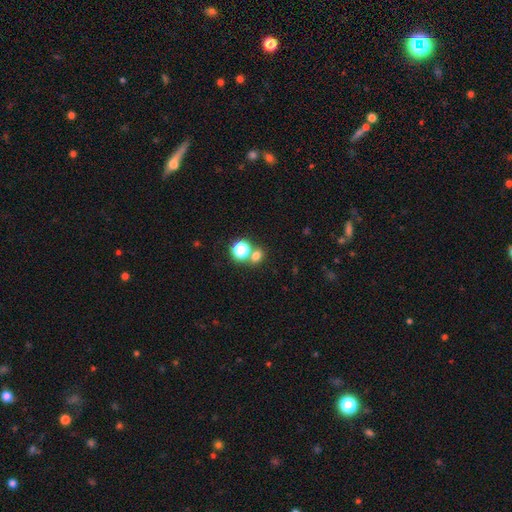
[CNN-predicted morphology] smooth 70%, star or artifact 22%, featured or disk 8%. Down the decision tree: how rounded — round (66%); merging — none (60%).